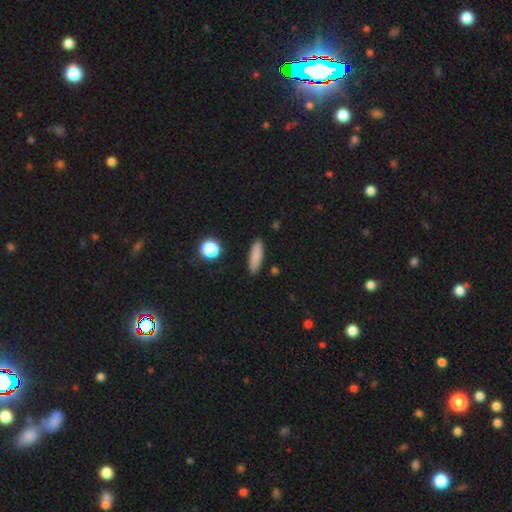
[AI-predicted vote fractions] The model was most divided on "how rounded": cigar-shaped: 55%, in between: 42%, round: 3%. More confident: merging — none (88%); smooth or featured — smooth (85%).